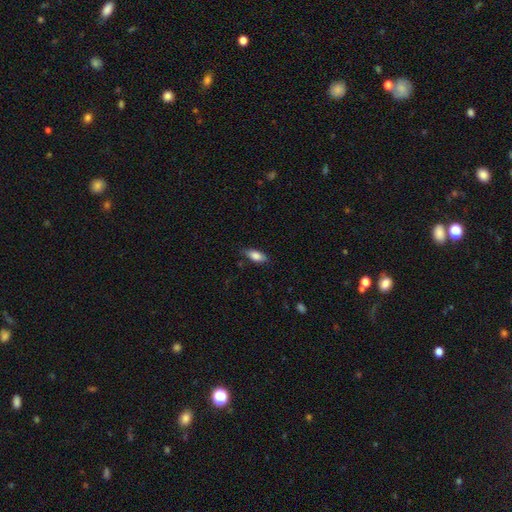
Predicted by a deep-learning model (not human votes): A smooth galaxy with no disk features (84%) that is in between round and cigar-shaped (82%). Merging: none (80%).